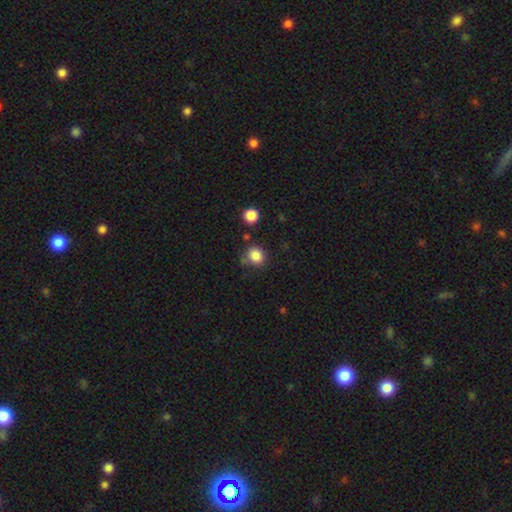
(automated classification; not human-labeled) A smooth galaxy with no disk features (84%) that is round (80%). Merging: none (75%).